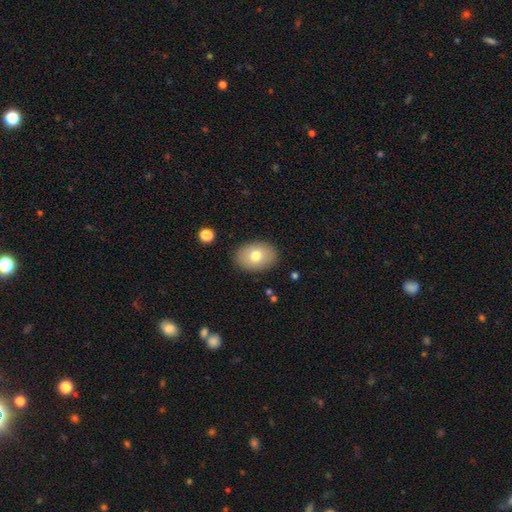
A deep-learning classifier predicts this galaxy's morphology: smooth 76%, featured or disk 17%, star or artifact 8%. Down the decision tree: how rounded — in between (79%); merging — none (87%).